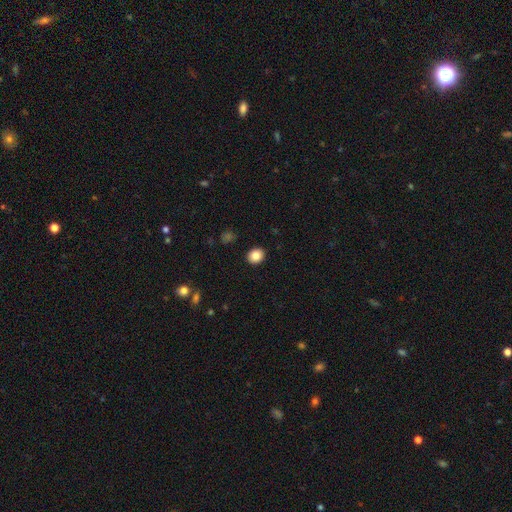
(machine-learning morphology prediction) Overall: smooth (85%). How rounded: round (71%). Merging: none (92%).